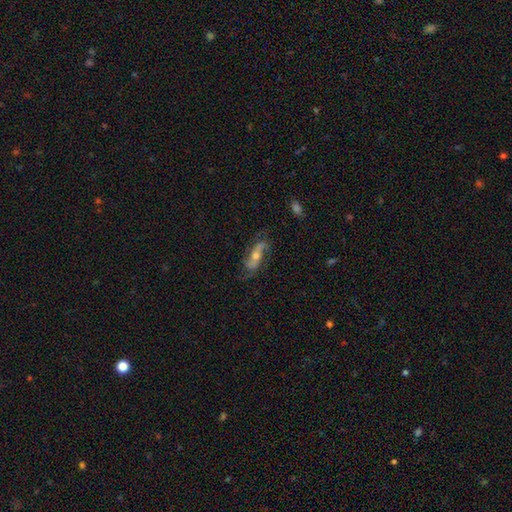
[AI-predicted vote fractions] Smooth or featured: featured or disk — 75% (smooth — 18%)
Edge-on disk: no — 88% (yes — 12%)
Bar: no — 52% (weak — 29%)
Spiral arms: yes — 92% (no — 8%)
Spiral winding: loose — 52% (medium — 35%)
Spiral arm count: 2 — 83% (can't tell — 6%)
Bulge size: moderate — 59% (small — 32%)
Merging: none — 67% (minor disturbance — 20%)